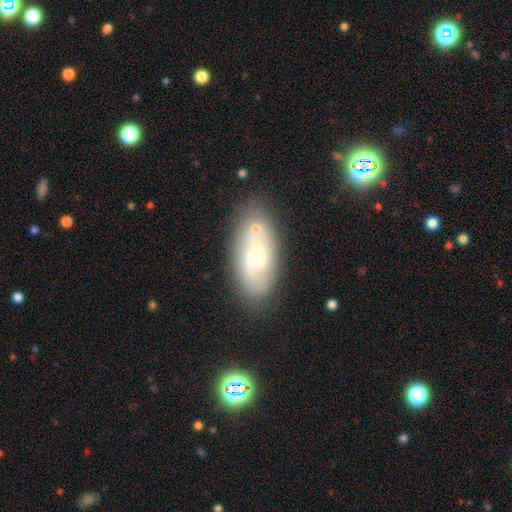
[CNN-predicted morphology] smooth_or_featured: featured or disk (p=0.61) [alt: smooth p=0.31]
disk_edge_on: no (p=0.91) [alt: yes p=0.09]
bar: weak (p=0.47) [alt: no p=0.40]
has_spiral_arms: yes (p=0.81) [alt: no p=0.19]
bulge_size: small (p=0.54) [alt: moderate p=0.35]
merging: none (p=0.73) [alt: minor disturbance p=0.15]